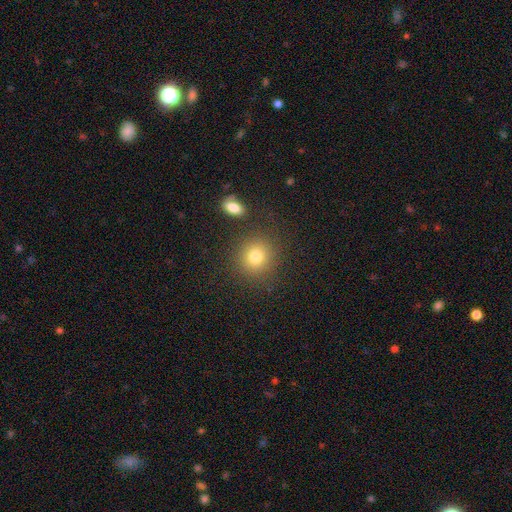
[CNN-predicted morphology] Overall: smooth (79%). How rounded: round (87%). Merging: none (85%).